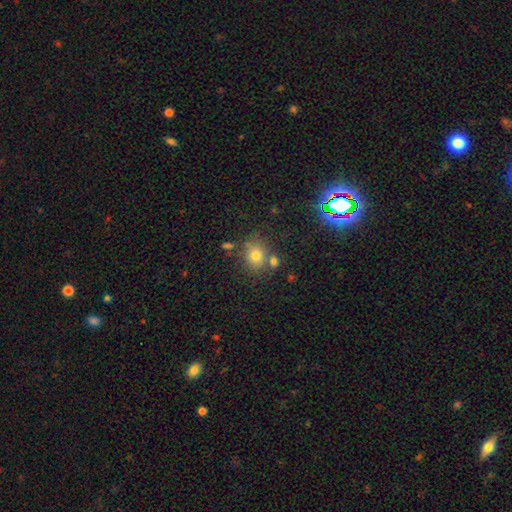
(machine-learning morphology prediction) smooth-or-featured: smooth: 74% | star or artifact: 15% | featured or disk: 11%
  how-rounded: round: 67% | in between: 32% | cigar-shaped: 1%
  merging: none: 64% | merger: 17% | minor disturbance: 14% | major disturbance: 5%